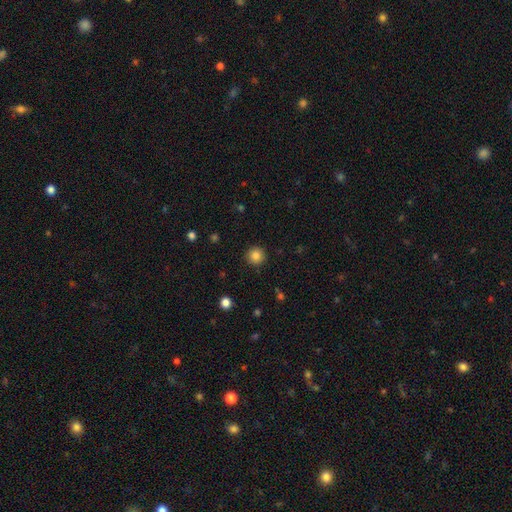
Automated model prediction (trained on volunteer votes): Smooth or featured? Predicted: smooth (p=0.84). How rounded? Predicted: round (p=0.95). Merging? Predicted: none (p=0.91).